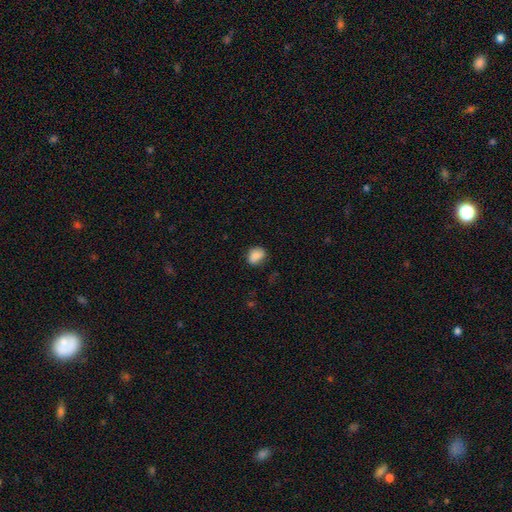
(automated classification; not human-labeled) Morphology: type=smooth (86%); roundness=in between (60%); merging=none (73%).